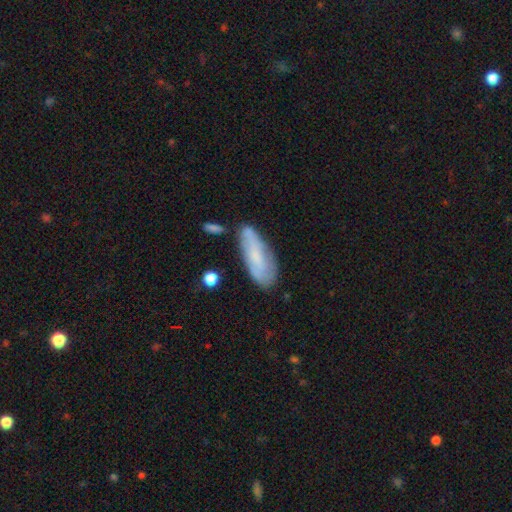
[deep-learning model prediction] smooth 59%, featured or disk 34%, star or artifact 7%. Down the decision tree: how rounded — in between (63%); merging — none (59%).